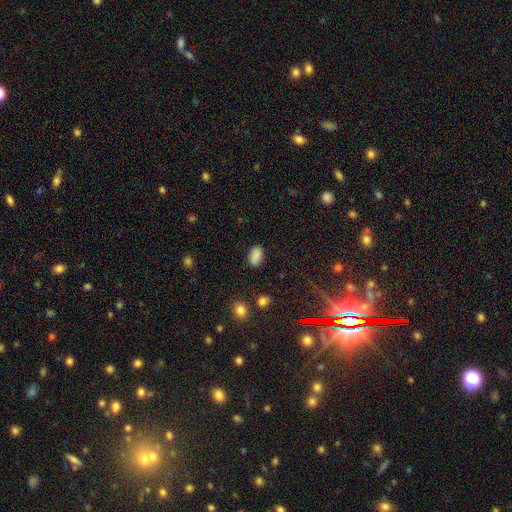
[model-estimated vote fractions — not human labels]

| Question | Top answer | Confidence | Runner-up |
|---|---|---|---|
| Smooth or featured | smooth | 85% | star or artifact (10%) |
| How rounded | in between | 91% | round (6%) |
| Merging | none | 83% | minor disturbance (12%) |